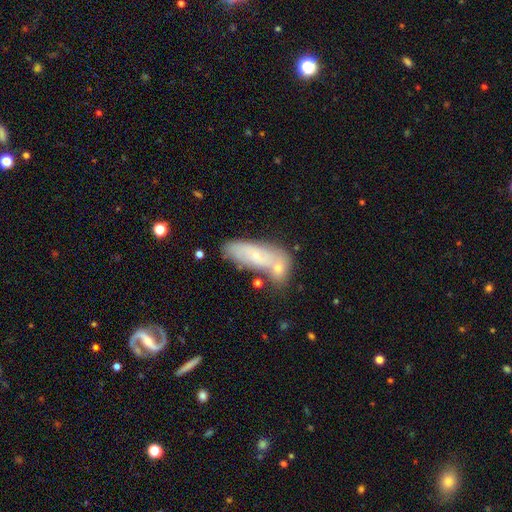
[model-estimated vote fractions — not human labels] The model was most divided on "smooth or featured": smooth: 51%, featured or disk: 38%, star or artifact: 11%. Remaining: how rounded — in between (58%); merging — none (47%).